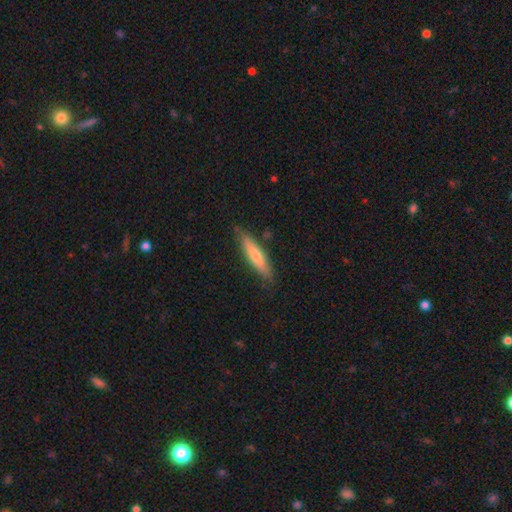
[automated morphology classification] Smooth or featured? Predicted: smooth (p=0.64). How rounded? Predicted: cigar-shaped (p=0.80). Merging? Predicted: none (p=0.83).